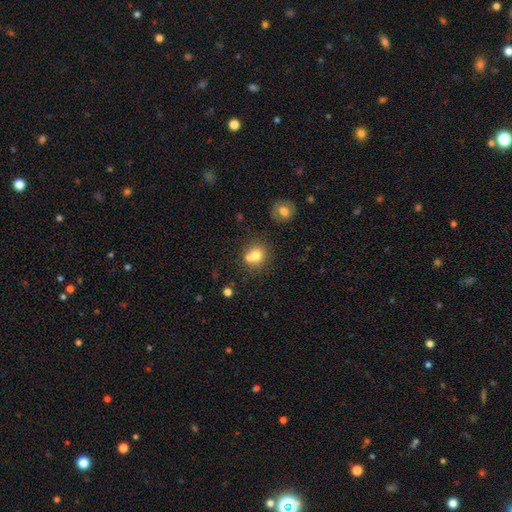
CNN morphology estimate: A smooth galaxy with no disk features (72%) that is round (83%). Merging: none (49%).